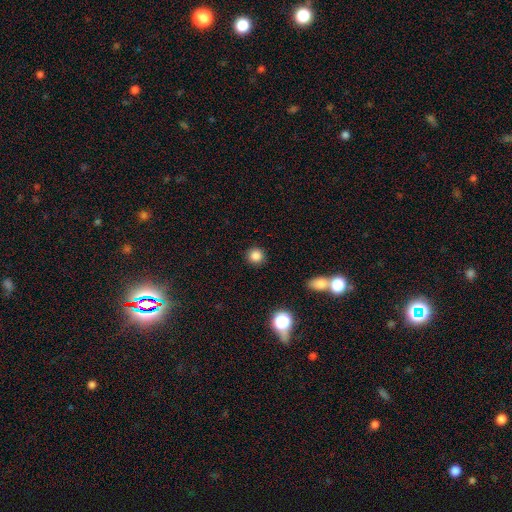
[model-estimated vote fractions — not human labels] Smooth or featured?
  - smooth: 84% *
  - star or artifact: 12%
  - featured or disk: 4%
How rounded?
  - round: 93% *
  - in between: 6%
  - cigar-shaped: 1%
Merging?
  - none: 91% *
  - minor disturbance: 6%
  - major disturbance: 2%
  - merger: 1%